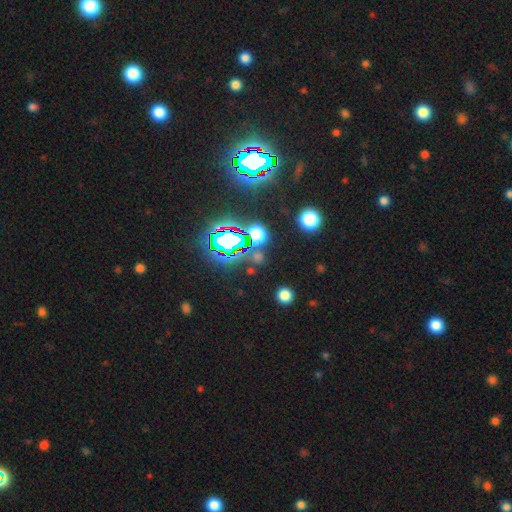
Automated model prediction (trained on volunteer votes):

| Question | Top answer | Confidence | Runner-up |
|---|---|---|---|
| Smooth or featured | star or artifact | 59% | smooth (33%) |